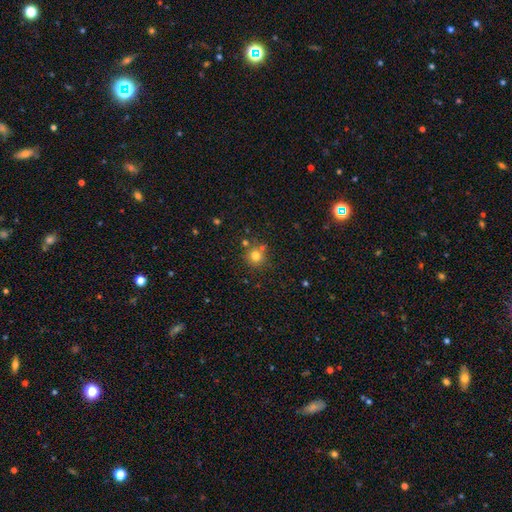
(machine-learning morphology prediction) This is likely a smooth galaxy (77%). How rounded: clearly round (92%). Merging: likely none (75%).